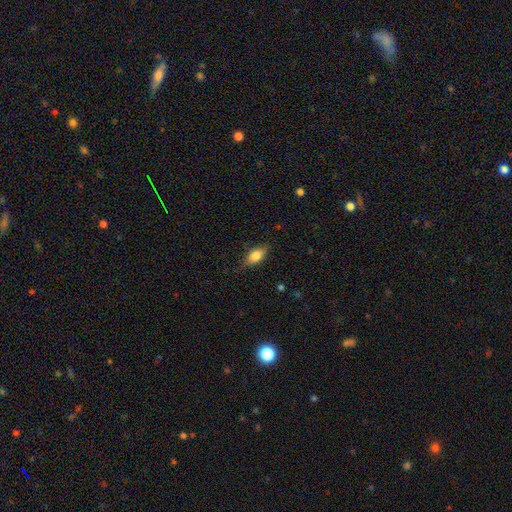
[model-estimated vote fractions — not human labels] Smooth or featured?
  - smooth: 70% *
  - featured or disk: 23%
  - star or artifact: 7%
How rounded?
  - in between: 80% *
  - cigar-shaped: 14%
  - round: 5%
Merging?
  - none: 77% *
  - minor disturbance: 18%
  - major disturbance: 4%
  - merger: 1%